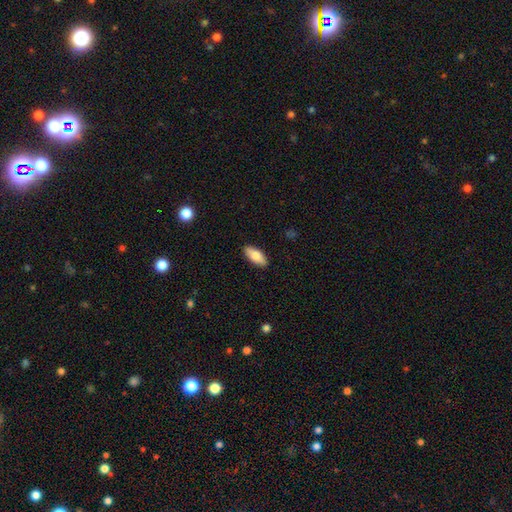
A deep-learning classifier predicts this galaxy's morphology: This appears to be a smooth galaxy with no disk features (80%) that is in between round and cigar-shaped (83%). Merging: none (89%).